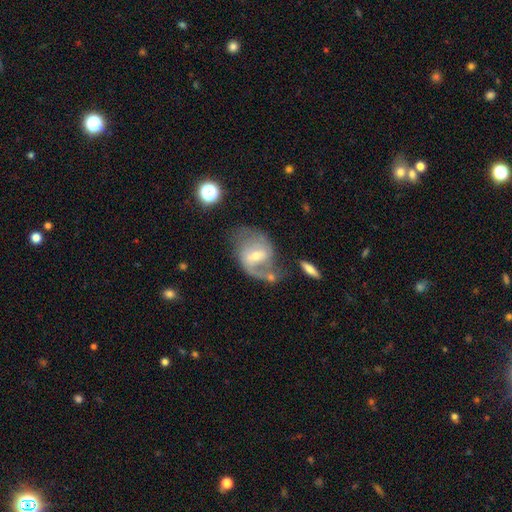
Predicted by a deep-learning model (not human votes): Smooth or featured?
  - featured or disk: 77% *
  - smooth: 16%
  - star or artifact: 7%
Edge-on disk?
  - no: 96% *
  - yes: 4%
Bar?
  - weak: 52% *
  - strong: 29%
  - no: 19%
Spiral arms?
  - yes: 88% *
  - no: 12%
Spiral winding?
  - medium: 45% *
  - loose: 40%
  - tight: 15%
Spiral arm count?
  - 2: 73% *
  - 1: 14%
  - can't tell: 9%
  - 3: 2%
  - 4: 1%
  - more than 4: 1%
Bulge size?
  - small: 49% *
  - moderate: 45%
  - large: 3%
  - none: 2%
  - dominant: 1%
Merging?
  - none: 43% *
  - major disturbance: 21%
  - minor disturbance: 20%
  - merger: 15%